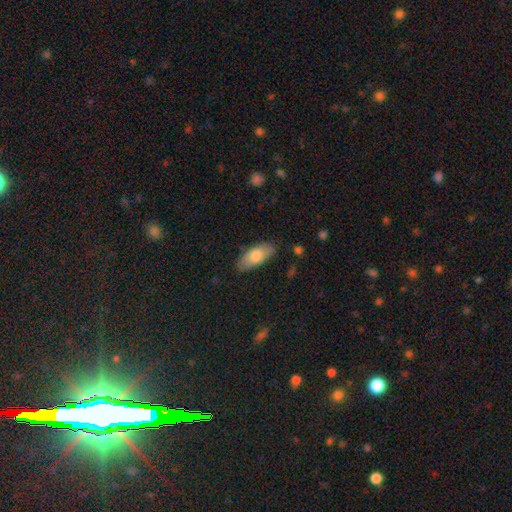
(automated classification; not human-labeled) A smooth galaxy with no disk features (76%) that is in between round and cigar-shaped (84%).

Vote fractions:
- Smooth or featured? smooth: 76% / featured or disk: 18% / star or artifact: 6%
- How rounded? in between: 84% / cigar-shaped: 14% / round: 2%
- Merging? none: 82% / minor disturbance: 14% / major disturbance: 3% / merger: 1%